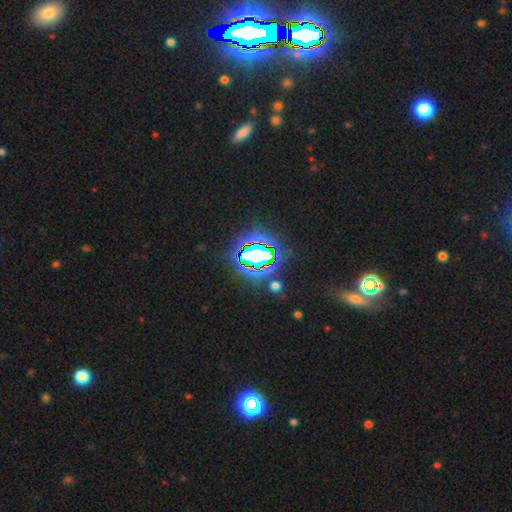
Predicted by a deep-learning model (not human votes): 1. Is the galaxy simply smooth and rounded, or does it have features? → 68% star or artifact, 20% smooth, 12% featured or disk.